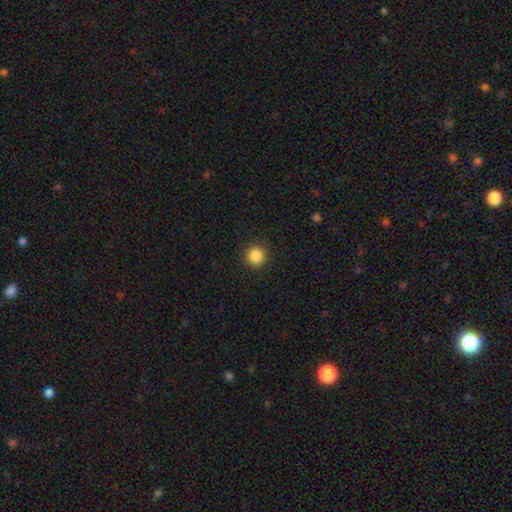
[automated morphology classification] Smooth or featured: smooth — 86% (star or artifact — 11%)
How rounded: round — 94% (in between — 5%)
Merging: none — 92% (minor disturbance — 5%)